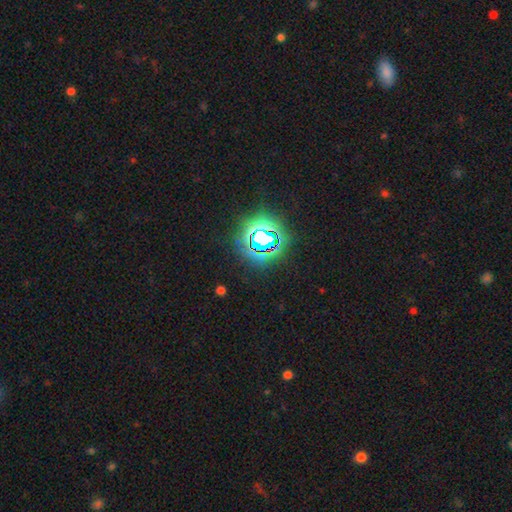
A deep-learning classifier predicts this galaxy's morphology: A star or artifact, not a galaxy (82%).